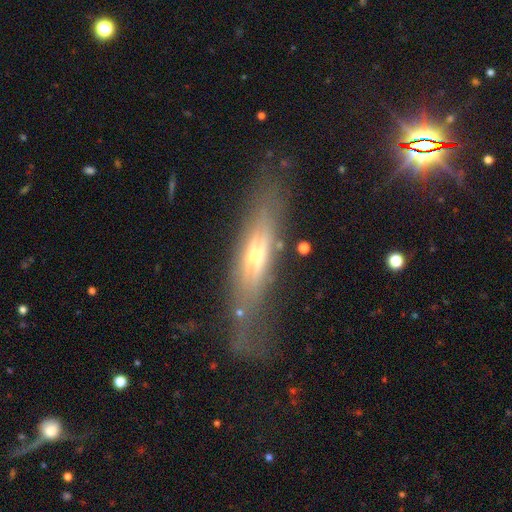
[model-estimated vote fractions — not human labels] Overall: featured or disk (69%). Edge-on disk: yes (89%). Edge-on bulge: rounded (67%). Merging: none (63%).